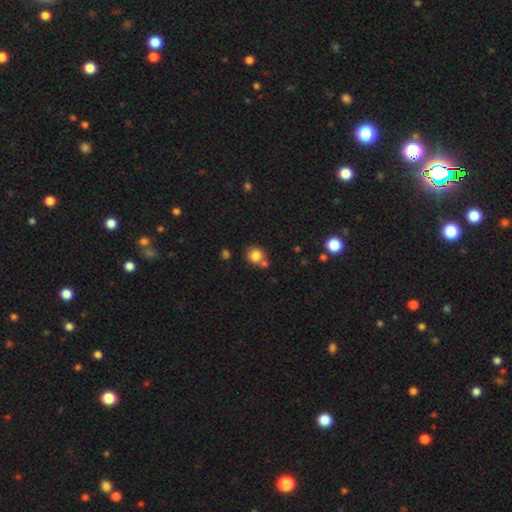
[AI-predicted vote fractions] smooth_or_featured: smooth (p=0.82) [alt: star or artifact p=0.11]
how_rounded: round (p=0.82) [alt: in between p=0.17]
merging: none (p=0.62) [alt: merger p=0.24]